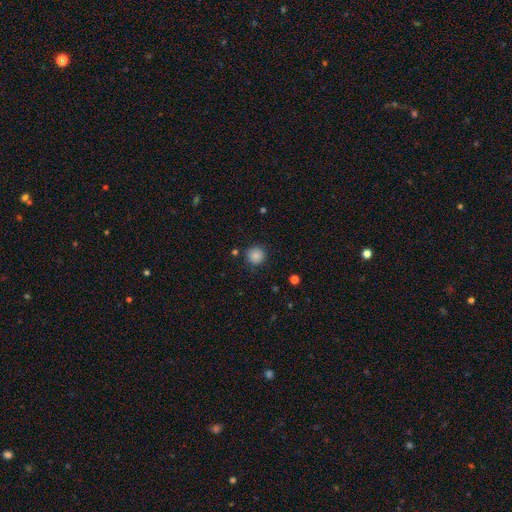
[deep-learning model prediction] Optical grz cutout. It shows a smooth galaxy with no disk features (85%) that is round (93%). Merging: none (86%).